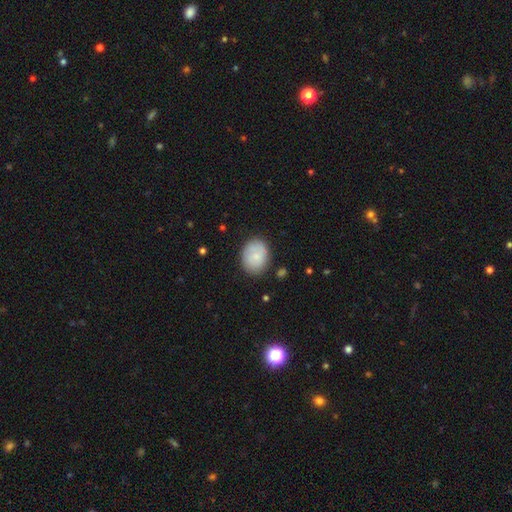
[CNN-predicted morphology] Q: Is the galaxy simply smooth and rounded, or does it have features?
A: smooth — 76%.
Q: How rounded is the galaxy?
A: in between — 56%.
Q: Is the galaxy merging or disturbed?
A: none — 80%.